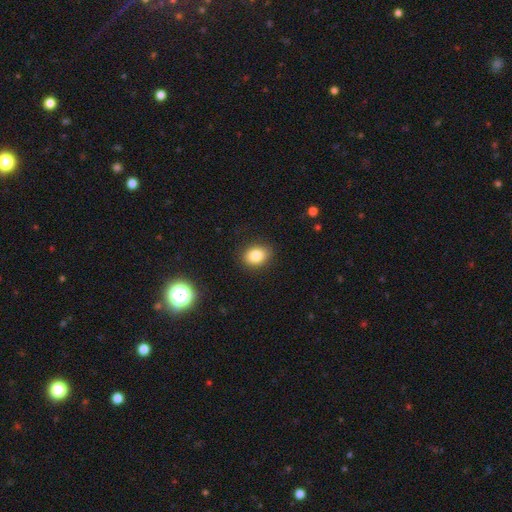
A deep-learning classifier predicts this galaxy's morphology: smooth-or-featured: smooth: 83% | star or artifact: 10% | featured or disk: 7%
  how-rounded: in between: 56% | round: 43% | cigar-shaped: 1%
  merging: none: 86% | minor disturbance: 10% | major disturbance: 3% | merger: 1%